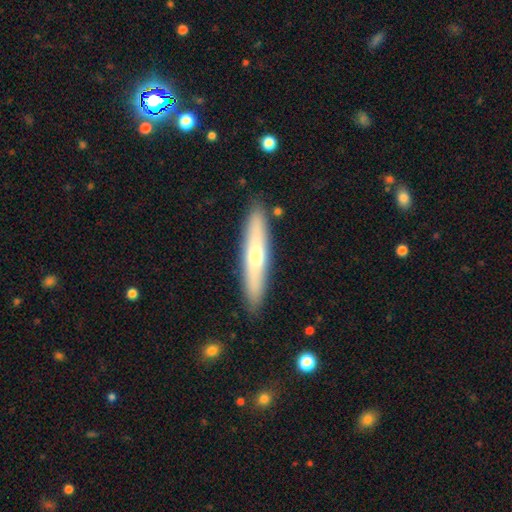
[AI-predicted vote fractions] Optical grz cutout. It shows a smooth galaxy with no disk features (50%). Merging: none (89%).